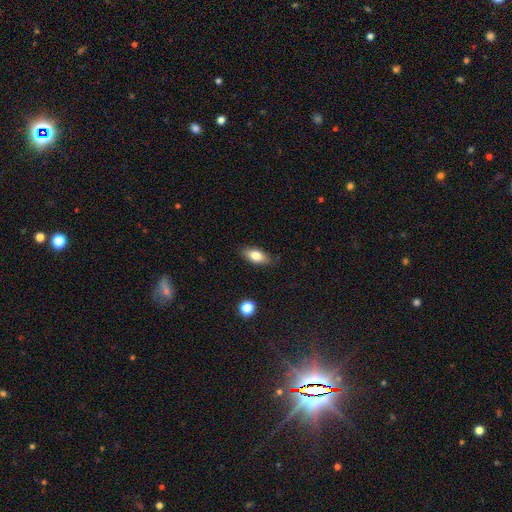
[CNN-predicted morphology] The model was most divided on "smooth or featured": smooth: 78%, featured or disk: 14%, star or artifact: 8%. More confident: how rounded — in between (86%); merging — none (84%).